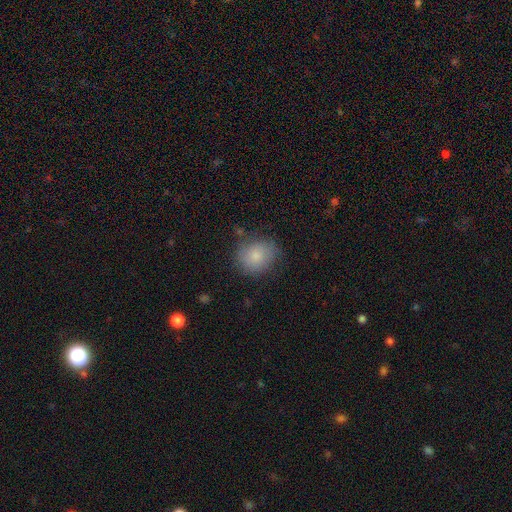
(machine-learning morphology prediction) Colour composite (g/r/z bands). It shows a smooth galaxy with no disk features (82%) that is round (63%). Merging: none (71%).